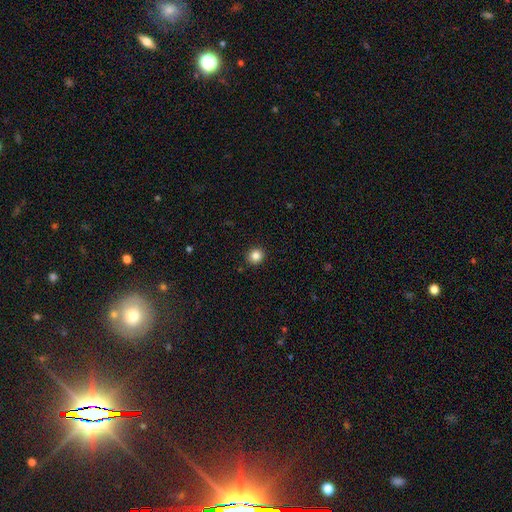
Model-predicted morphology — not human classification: Smooth or featured? Predicted: smooth (p=0.84). How rounded? Predicted: round (p=0.89). Merging? Predicted: none (p=0.91).